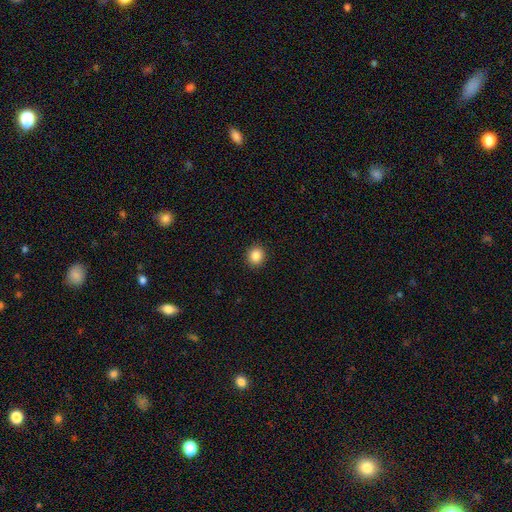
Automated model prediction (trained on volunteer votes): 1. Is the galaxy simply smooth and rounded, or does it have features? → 86% smooth, 10% star or artifact, 4% featured or disk.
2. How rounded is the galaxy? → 85% round, 14% in between, 1% cigar-shaped.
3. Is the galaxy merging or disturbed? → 92% none, 5% minor disturbance, 2% major disturbance, 1% merger.